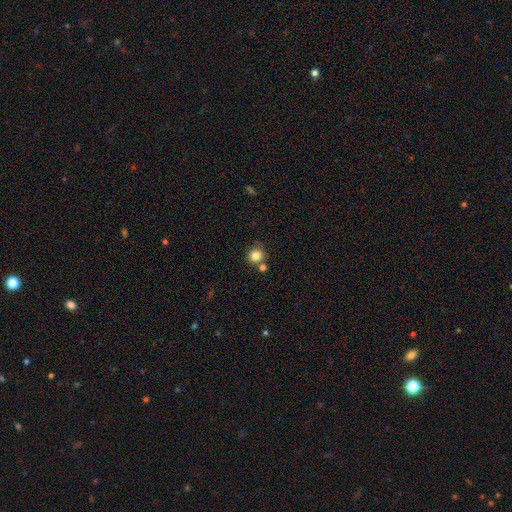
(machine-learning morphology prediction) Smooth or featured? smooth (82%)
How rounded? round (90%)
Merging? none (74%)